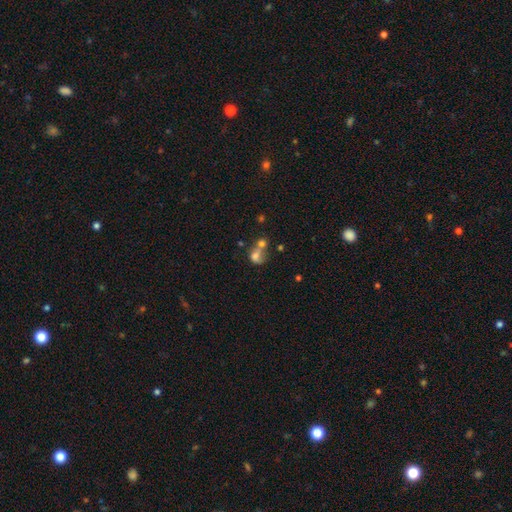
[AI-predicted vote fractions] Morphology: type=smooth (63%); roundness=in between (49%, tied with round); merging=merger (58%).